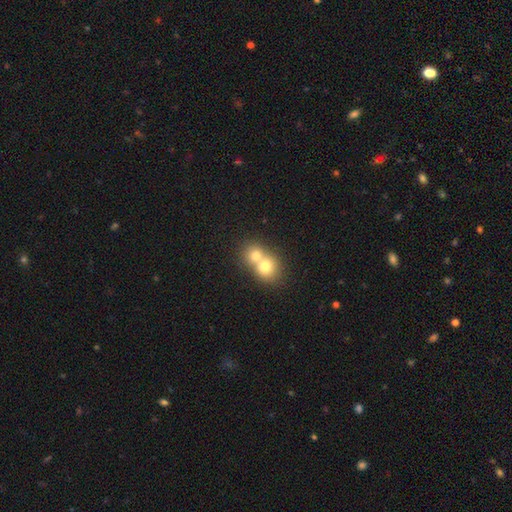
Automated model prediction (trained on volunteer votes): smooth-or-featured: smooth: 73% | featured or disk: 17% | star or artifact: 10%
  how-rounded: round: 75% | in between: 24% | cigar-shaped: 1%
  merging: merger: 71% | none: 23% | minor disturbance: 4% | major disturbance: 2%